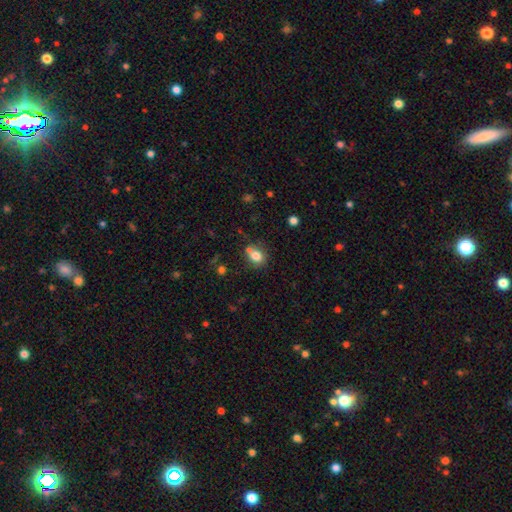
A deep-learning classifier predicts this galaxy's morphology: A smooth galaxy with no disk features (79%) that is round (61%).

Vote fractions:
- Smooth or featured? smooth: 79% / star or artifact: 11% / featured or disk: 10%
- How rounded? round: 61% / in between: 38% / cigar-shaped: 1%
- Merging? none: 58% / merger: 21% / minor disturbance: 16% / major disturbance: 5%